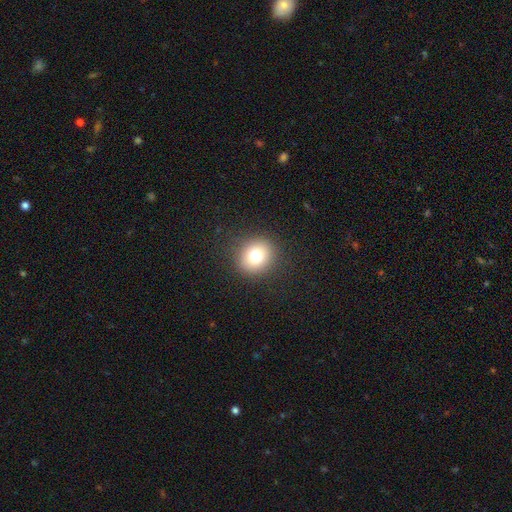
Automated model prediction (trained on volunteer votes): Smooth or featured? Predicted: smooth (p=0.77). How rounded? Predicted: round (p=0.84). Merging? Predicted: none (p=0.90).